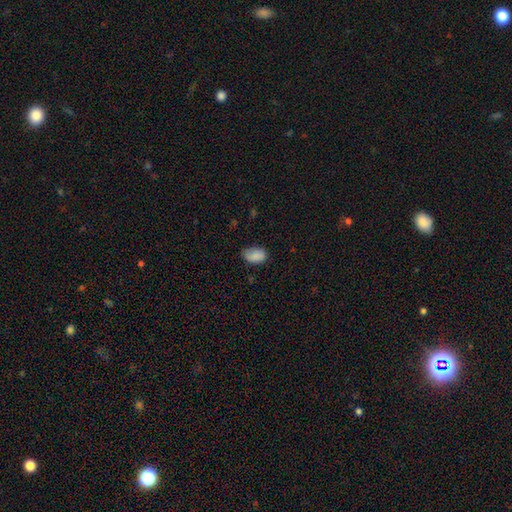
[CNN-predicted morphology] Q: Smooth or featured?
A: smooth (86%); runner-up: star or artifact (8%)
Q: How rounded?
A: in between (87%); runner-up: round (11%)
Q: Merging?
A: none (64%); runner-up: minor disturbance (29%)